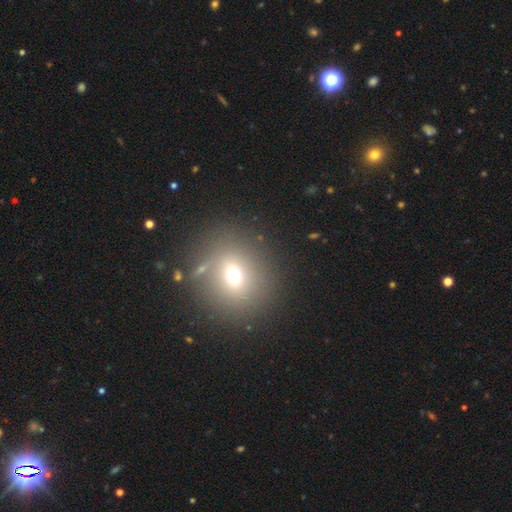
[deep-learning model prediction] smooth_or_featured: smooth (p=0.57) [alt: star or artifact p=0.32]
how_rounded: round (p=0.79) [alt: in between p=0.19]
merging: none (p=0.87) [alt: minor disturbance p=0.07]